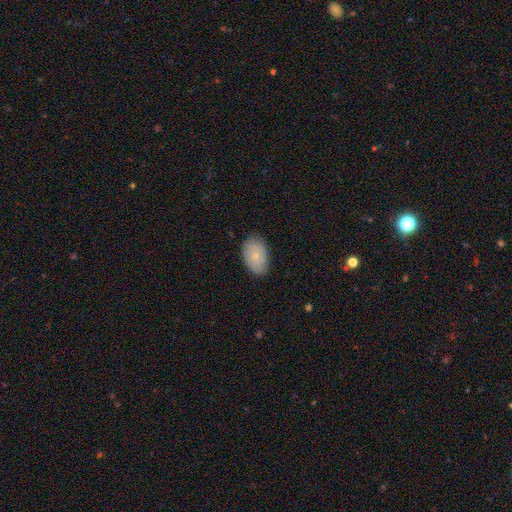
A smooth galaxy with no disk features (74%) that is in between round and cigar-shaped (86%).

Vote fractions:
- Smooth or featured? smooth: 74% / featured or disk: 23% / star or artifact: 3%
- How rounded? in between: 86% / round: 14% / cigar-shaped: 0%
- Merging? none: 74% / minor disturbance: 21% / major disturbance: 3% / merger: 3%